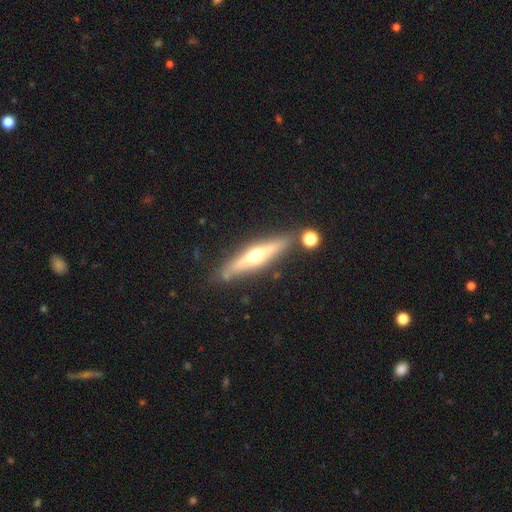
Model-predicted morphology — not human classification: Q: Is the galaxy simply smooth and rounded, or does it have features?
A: featured or disk — 65%.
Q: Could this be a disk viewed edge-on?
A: yes — 94%.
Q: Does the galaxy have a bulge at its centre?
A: rounded — 92%.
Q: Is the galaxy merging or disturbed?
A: none — 80%.